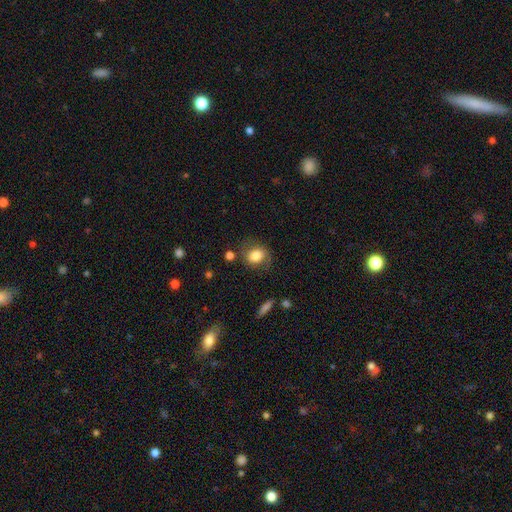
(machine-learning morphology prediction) smooth-or-featured: smooth: 78% | featured or disk: 13% | star or artifact: 8%
  how-rounded: round: 52% | in between: 47% | cigar-shaped: 1%
  merging: none: 69% | minor disturbance: 19% | major disturbance: 8% | merger: 4%